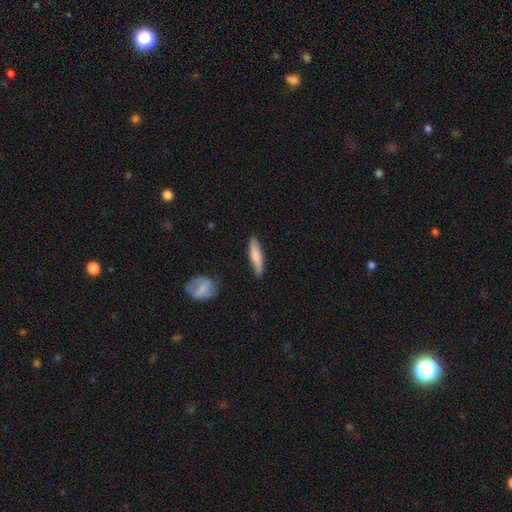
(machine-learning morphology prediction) Q: Smooth or featured?
A: smooth (73%); runner-up: featured or disk (22%)
Q: How rounded?
A: cigar-shaped (80%); runner-up: in between (19%)
Q: Merging?
A: none (83%); runner-up: minor disturbance (13%)